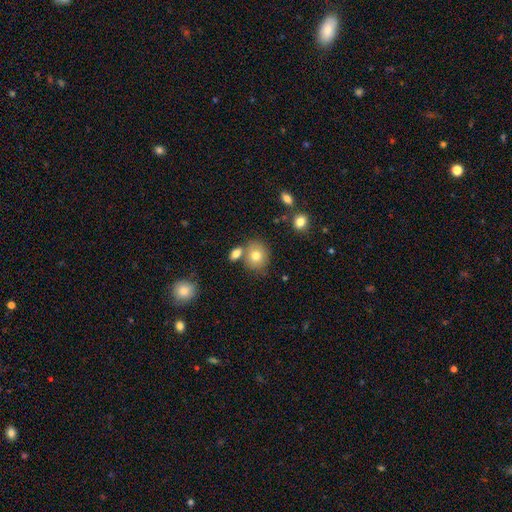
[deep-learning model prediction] Q: Smooth or featured?
A: smooth (77%); runner-up: featured or disk (13%)
Q: How rounded?
A: round (73%); runner-up: in between (26%)
Q: Merging?
A: none (63%); runner-up: merger (22%)